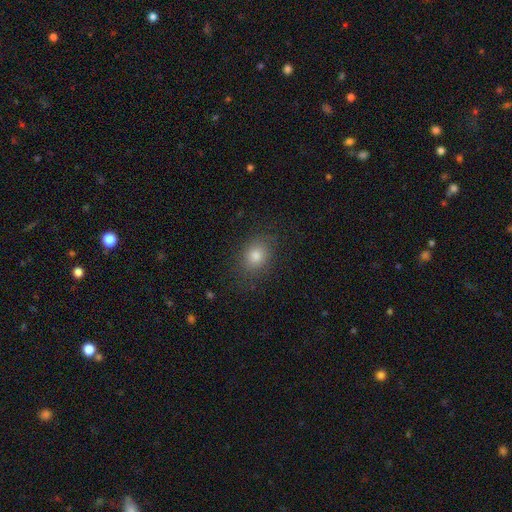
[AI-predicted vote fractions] Smooth or featured? smooth (79%)
How rounded? in between (58%)
Merging? none (83%)